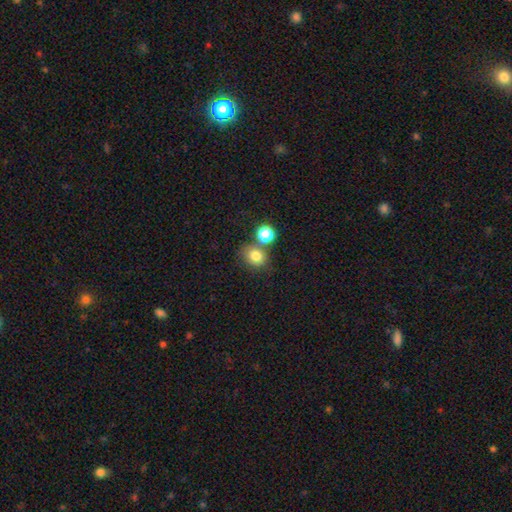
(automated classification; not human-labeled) This appears to be a smooth galaxy with no disk features (79%) that is round (69%). Merging: none (60%).